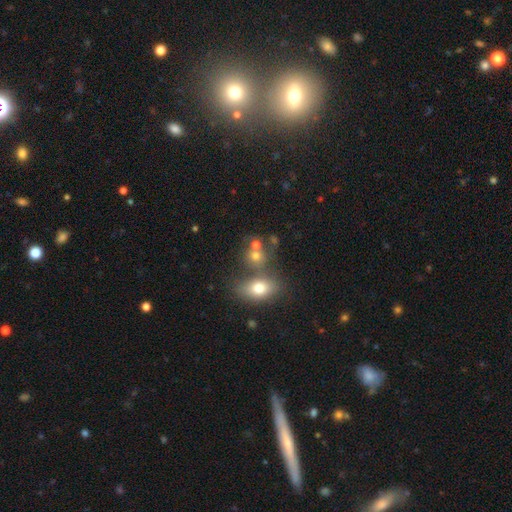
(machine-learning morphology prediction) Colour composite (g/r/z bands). It shows a smooth galaxy with no disk features (69%) that is round (62%). Merging: none (42%).